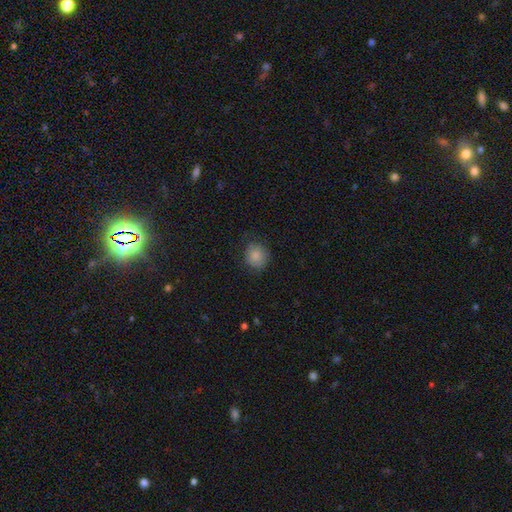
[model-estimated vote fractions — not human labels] smooth 86%, star or artifact 9%, featured or disk 5%. Down the decision tree: how rounded — round (82%); merging — none (80%).